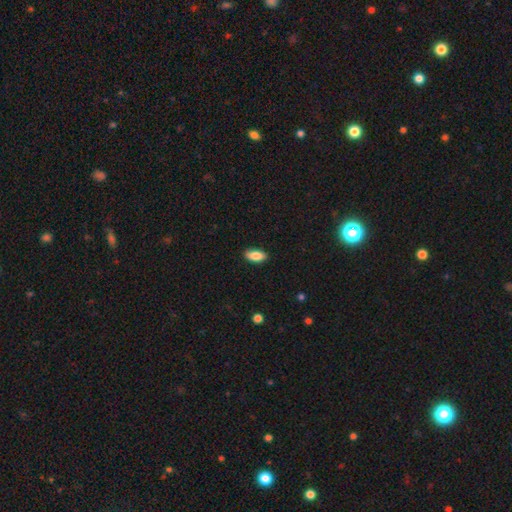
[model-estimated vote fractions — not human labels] smooth-or-featured: smooth: 87% | star or artifact: 7% | featured or disk: 6%
  how-rounded: in between: 89% | cigar-shaped: 8% | round: 3%
  merging: none: 88% | minor disturbance: 9% | major disturbance: 2% | merger: 1%